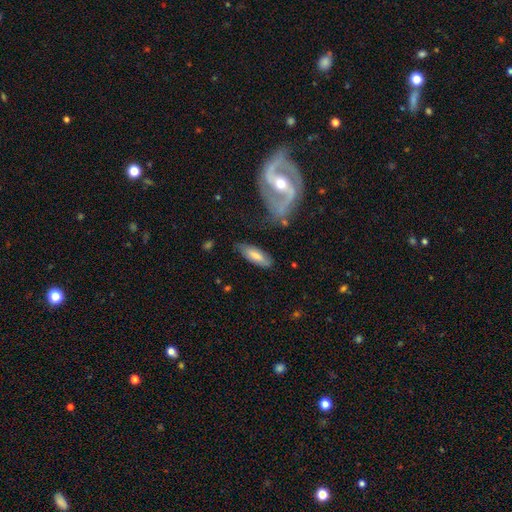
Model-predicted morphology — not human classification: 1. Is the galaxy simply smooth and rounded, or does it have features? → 71% smooth, 23% featured or disk, 6% star or artifact.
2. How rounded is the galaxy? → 59% in between, 39% cigar-shaped, 2% round.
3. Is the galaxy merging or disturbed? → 69% none, 20% minor disturbance, 6% major disturbance, 5% merger.